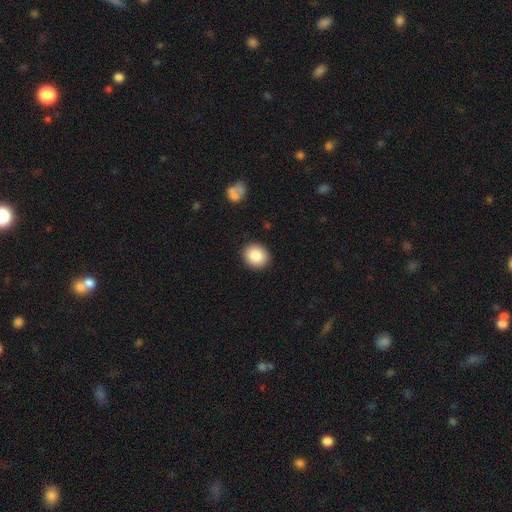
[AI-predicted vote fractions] This appears to be a smooth galaxy with no disk features (86%) that is round (77%). Merging: none (91%).